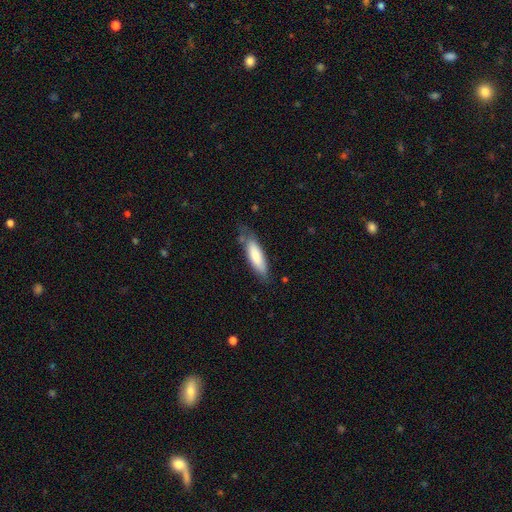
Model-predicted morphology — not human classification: This appears to be a smooth galaxy with no disk features (79%) that is cigar-shaped (50%). Merging: none (64%).